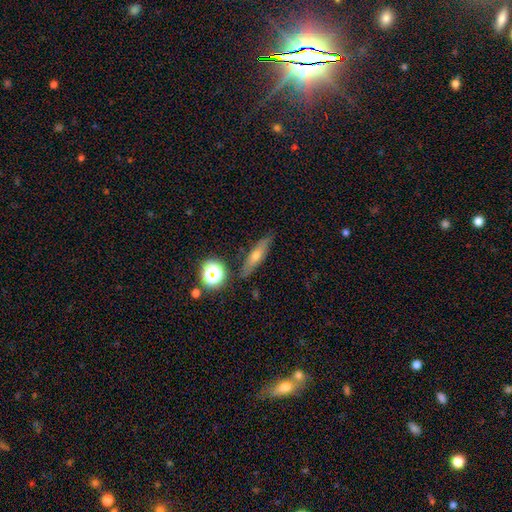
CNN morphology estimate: smooth_or_featured: featured or disk (p=0.44) [alt: smooth p=0.39]
merging: none (p=0.84) [alt: minor disturbance p=0.11]